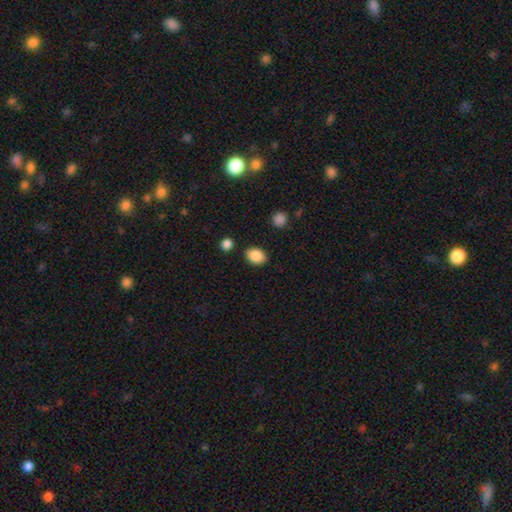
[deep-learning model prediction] This appears to be a smooth galaxy with no disk features (87%) that is in between round and cigar-shaped (69%). Merging: none (85%).